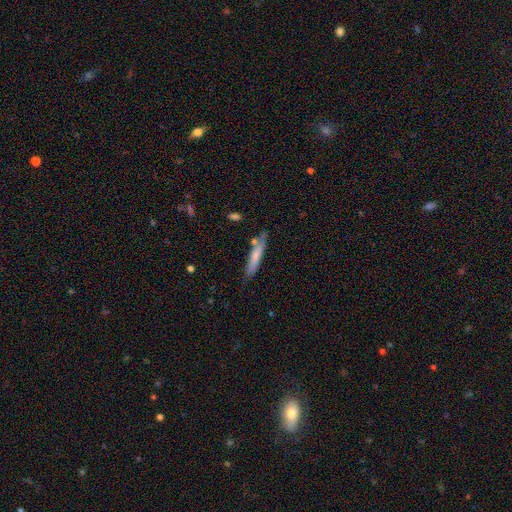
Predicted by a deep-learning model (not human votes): Smooth or featured? Predicted: smooth (p=0.70). How rounded? Predicted: cigar-shaped (p=0.88). Merging? Predicted: none (p=0.72).